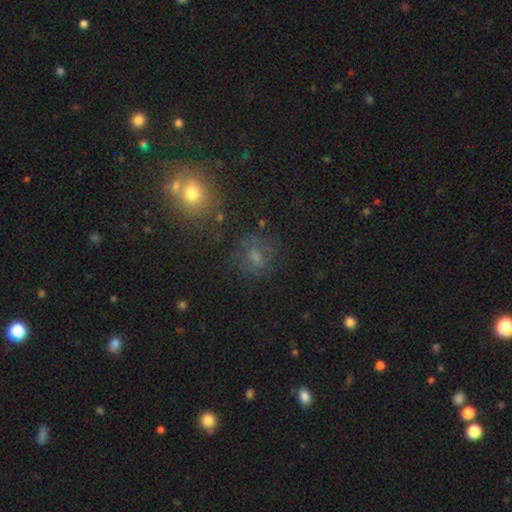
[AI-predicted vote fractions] smooth_or_featured: smooth (p=0.55) [alt: star or artifact p=0.26]
how_rounded: round (p=0.69) [alt: in between p=0.29]
merging: none (p=0.68) [alt: minor disturbance p=0.16]